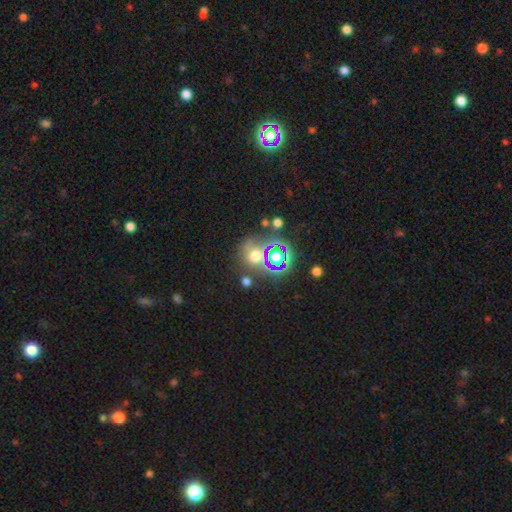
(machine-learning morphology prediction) Smooth or featured? smooth (48%)
Merging? none (62%)